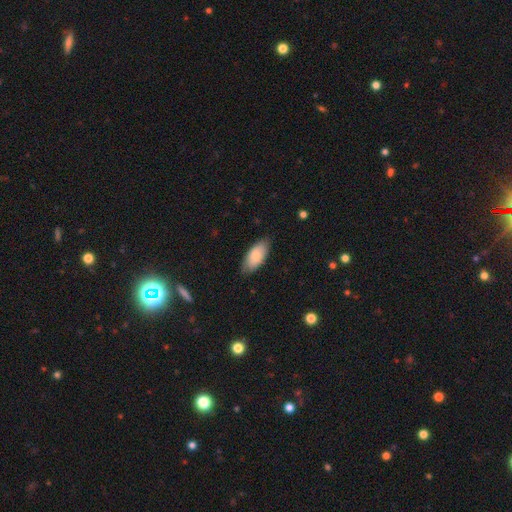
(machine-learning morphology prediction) Overall: smooth (83%). How rounded: in between (89%). Merging: none (81%).